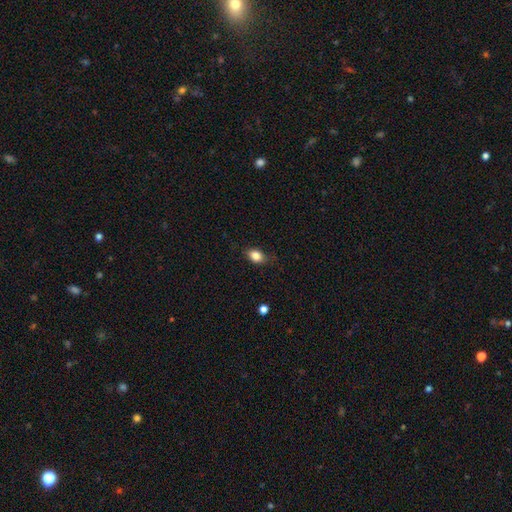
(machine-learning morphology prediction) Smooth or featured? smooth (84%)
How rounded? in between (78%)
Merging? none (79%)